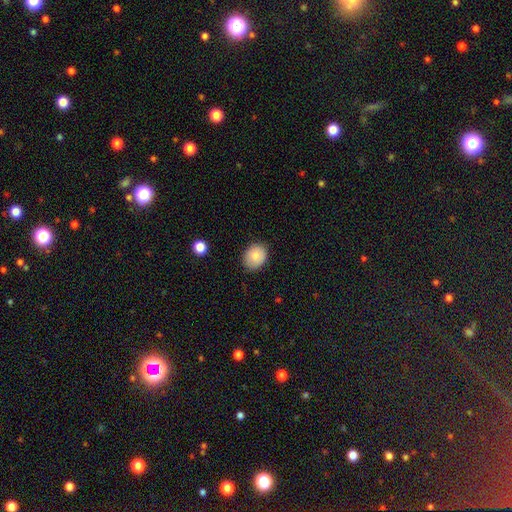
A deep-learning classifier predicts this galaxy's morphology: smooth-or-featured: smooth: 82% | featured or disk: 10% | star or artifact: 8%
  how-rounded: round: 54% | in between: 45% | cigar-shaped: 1%
  merging: none: 83% | minor disturbance: 14% | major disturbance: 3% | merger: 1%